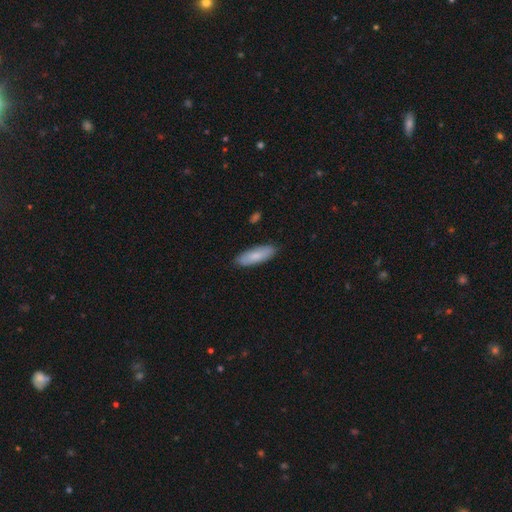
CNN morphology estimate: A smooth galaxy with no disk features (81%) that is in between round and cigar-shaped (57%).

Vote fractions:
- Smooth or featured? smooth: 81% / featured or disk: 13% / star or artifact: 5%
- How rounded? in between: 57% / cigar-shaped: 41% / round: 2%
- Merging? none: 88% / minor disturbance: 9% / major disturbance: 2% / merger: 1%